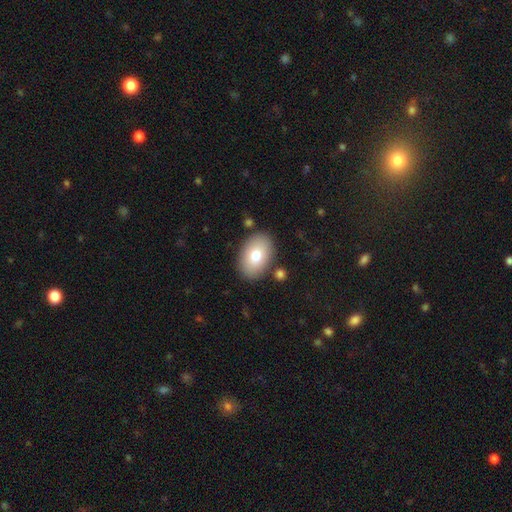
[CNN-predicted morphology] A smooth galaxy with no disk features (77%) that is in between round and cigar-shaped (90%). Merging: none (84%).